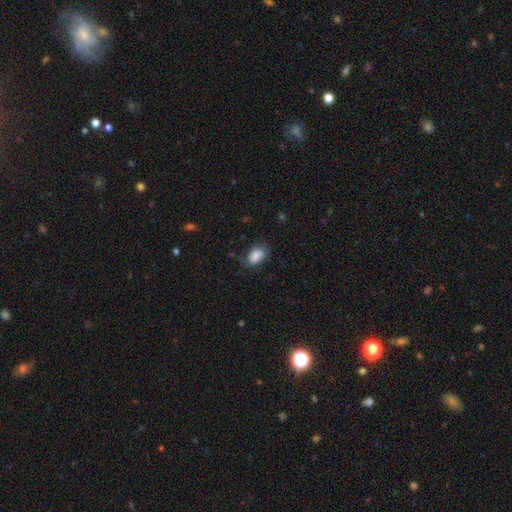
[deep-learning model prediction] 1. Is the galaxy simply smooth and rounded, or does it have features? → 82% smooth, 10% featured or disk, 8% star or artifact.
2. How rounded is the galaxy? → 87% in between, 11% round, 1% cigar-shaped.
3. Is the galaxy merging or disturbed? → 62% none, 27% minor disturbance, 9% major disturbance, 2% merger.